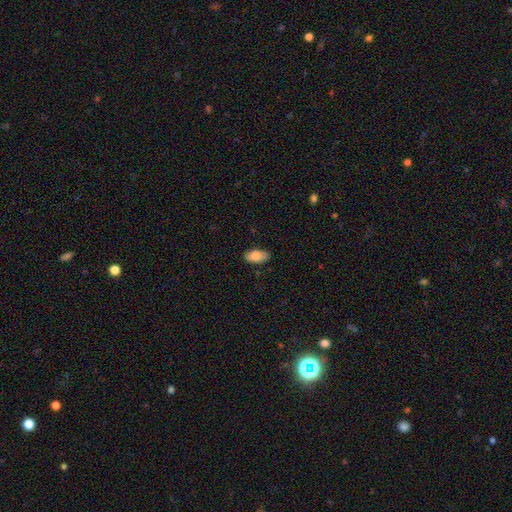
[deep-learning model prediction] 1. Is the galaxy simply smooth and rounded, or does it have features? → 78% smooth, 15% featured or disk, 7% star or artifact.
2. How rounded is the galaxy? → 92% in between, 5% cigar-shaped, 3% round.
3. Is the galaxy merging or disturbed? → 86% none, 11% minor disturbance, 2% major disturbance, 1% merger.